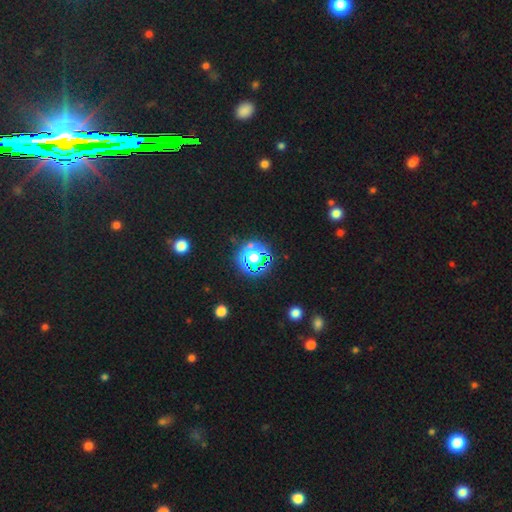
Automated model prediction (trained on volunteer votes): Overall: star or artifact (79%).